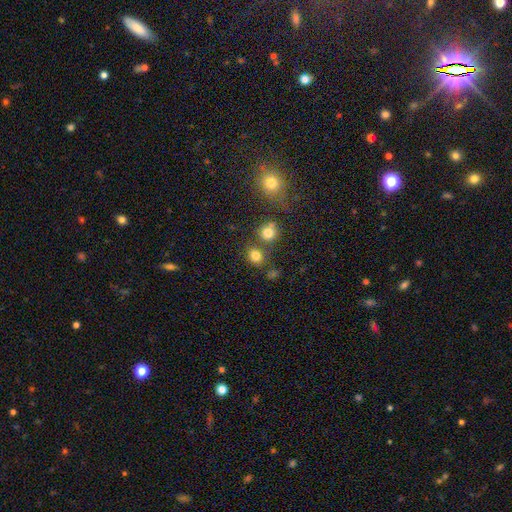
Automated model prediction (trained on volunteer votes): Smooth or featured? smooth (79%)
How rounded? round (75%)
Merging? none (66%)